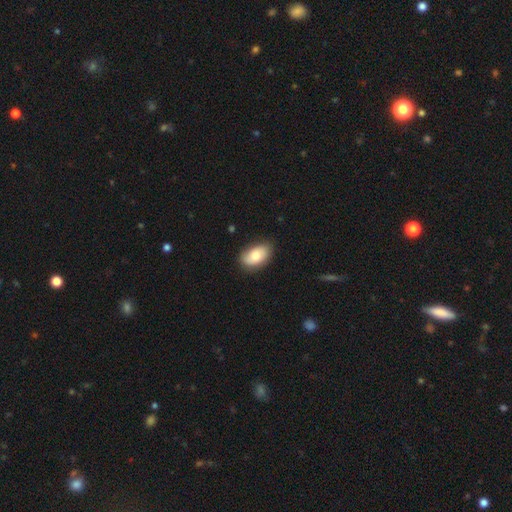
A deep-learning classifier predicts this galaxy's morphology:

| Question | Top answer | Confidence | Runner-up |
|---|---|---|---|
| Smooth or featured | smooth | 79% | featured or disk (14%) |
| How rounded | in between | 92% | round (7%) |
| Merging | none | 81% | minor disturbance (15%) |